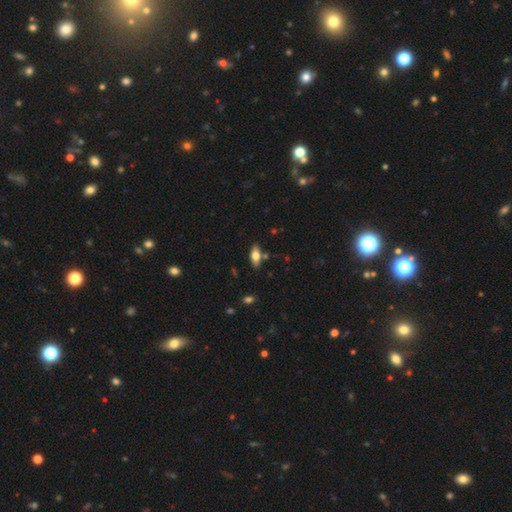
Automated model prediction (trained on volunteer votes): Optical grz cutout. It shows a smooth galaxy with no disk features (71%) that is in between round and cigar-shaped (85%). Merging: none (78%).